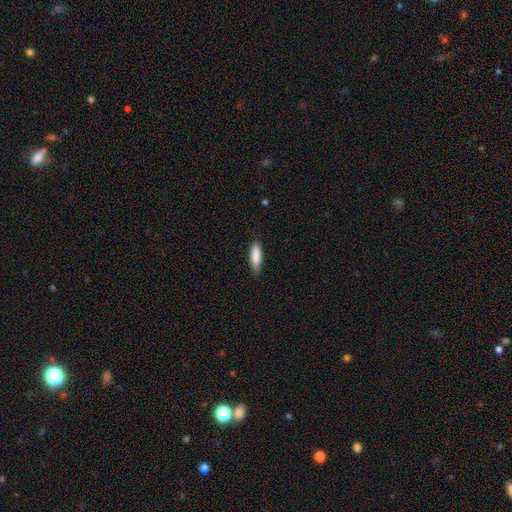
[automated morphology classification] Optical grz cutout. It shows a smooth galaxy with no disk features (86%) that is cigar-shaped (58%). Merging: none (81%).